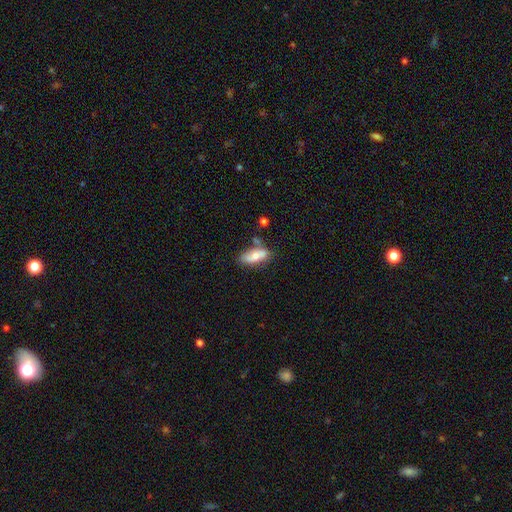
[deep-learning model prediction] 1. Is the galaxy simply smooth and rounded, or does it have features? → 64% smooth, 29% featured or disk, 7% star or artifact.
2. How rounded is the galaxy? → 76% in between, 21% cigar-shaped, 3% round.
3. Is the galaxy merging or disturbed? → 62% none, 20% minor disturbance, 13% merger, 5% major disturbance.